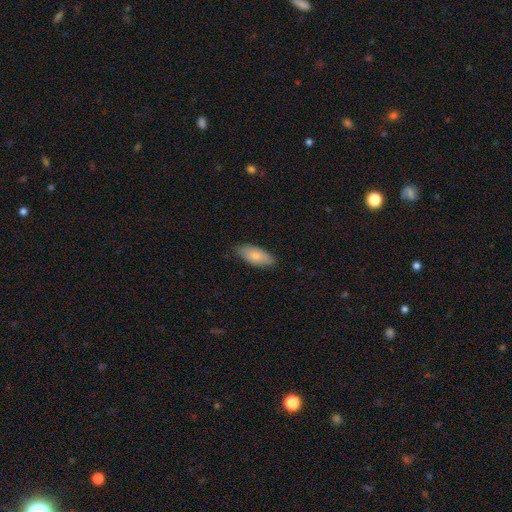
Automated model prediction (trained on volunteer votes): smooth 81%, featured or disk 13%, star or artifact 6%. Down the decision tree: how rounded — in between (86%); merging — none (79%).